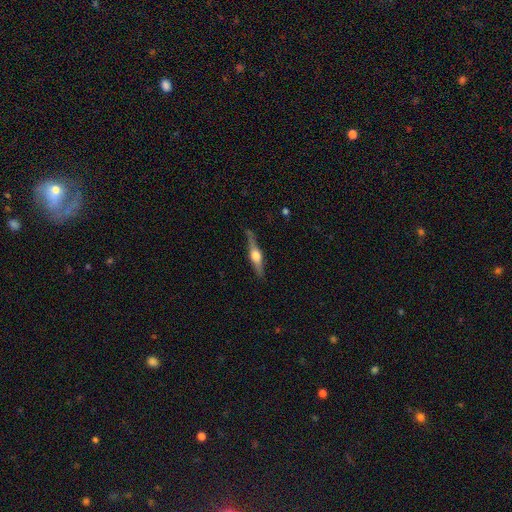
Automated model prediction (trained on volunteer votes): featured or disk 74%, smooth 20%, star or artifact 5%. Down the decision tree: edge-on disk — yes (97%); edge-on bulge — rounded (94%); merging — none (82%).